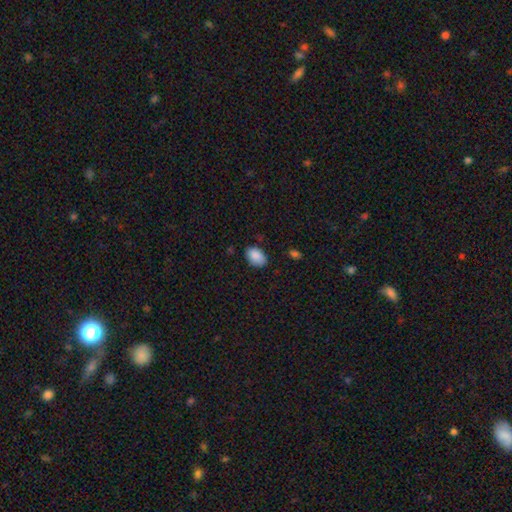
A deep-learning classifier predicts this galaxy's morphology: Smooth or featured? smooth (88%)
How rounded? in between (88%)
Merging? none (78%)